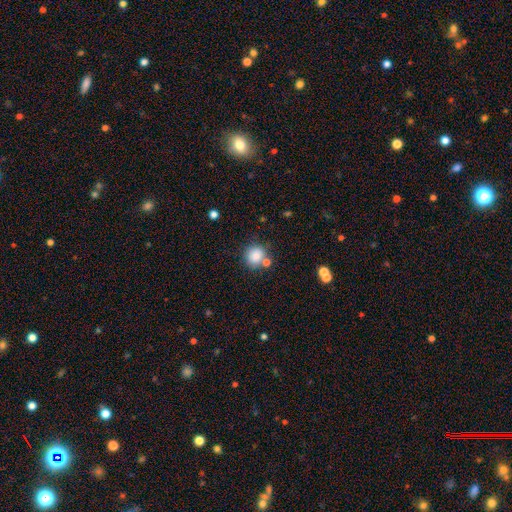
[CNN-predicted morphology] Smooth or featured? smooth (84%)
How rounded? round (86%)
Merging? none (69%)